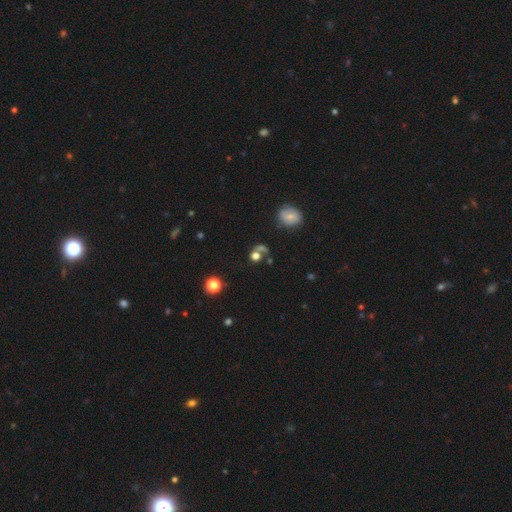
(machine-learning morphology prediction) A smooth galaxy with no disk features (59%) that is round (79%).

Vote fractions:
- Smooth or featured? smooth: 59% / star or artifact: 25% / featured or disk: 16%
- How rounded? round: 79% / in between: 19% / cigar-shaped: 2%
- Merging? none: 44% / merger: 31% / major disturbance: 13% / minor disturbance: 11%